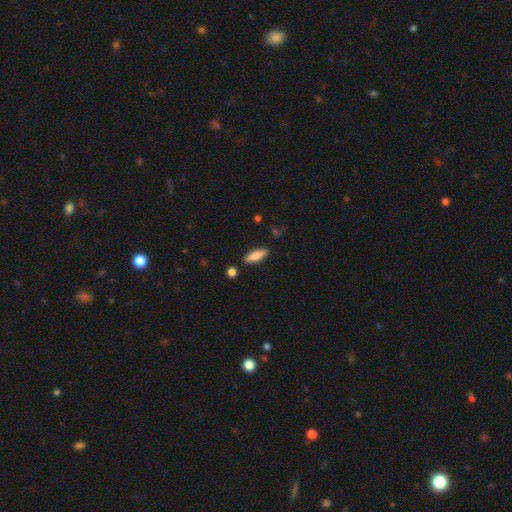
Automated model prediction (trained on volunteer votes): Morphology: type=smooth (70%); roundness=in between (52%); merging=none (86%).